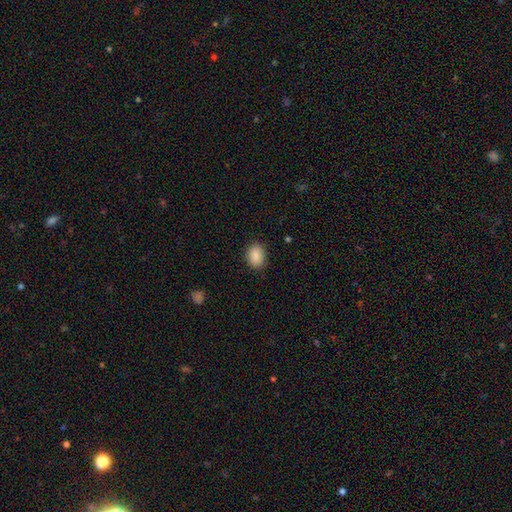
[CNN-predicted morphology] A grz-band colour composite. It shows a smooth galaxy with no disk features (89%) that is in between round and cigar-shaped (73%). Merging: none (88%).